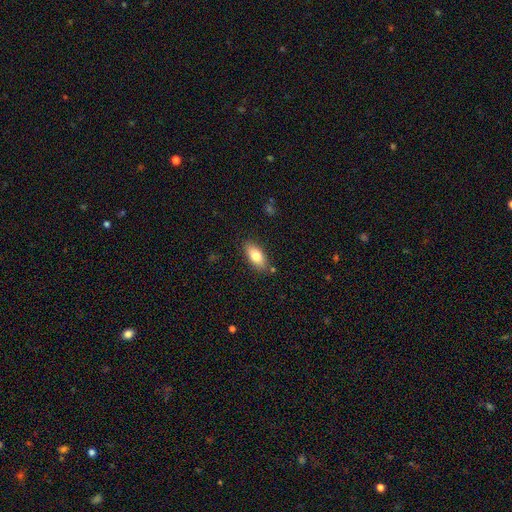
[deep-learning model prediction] smooth_or_featured: smooth (p=0.79) [alt: featured or disk p=0.14]
how_rounded: in between (p=0.87) [alt: cigar-shaped p=0.10]
merging: none (p=0.83) [alt: minor disturbance p=0.12]